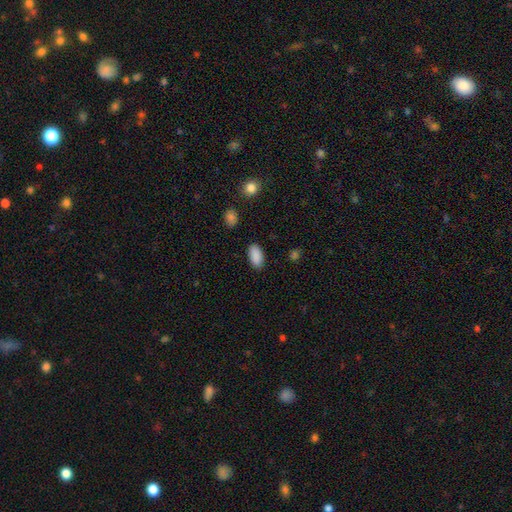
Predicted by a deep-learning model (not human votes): This appears to be a smooth galaxy with no disk features (90%) that is in between round and cigar-shaped (94%). Merging: none (88%).